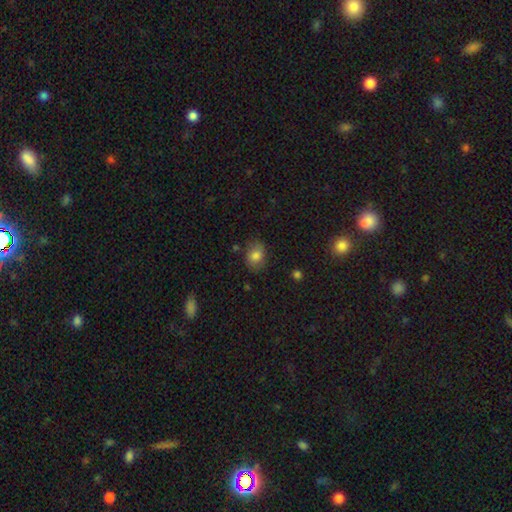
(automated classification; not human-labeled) Smooth or featured: smooth — 80% (featured or disk — 10%)
How rounded: in between — 63% (round — 36%)
Merging: none — 77% (minor disturbance — 17%)